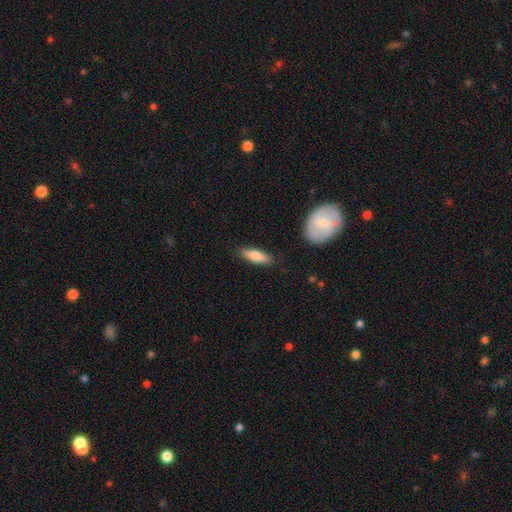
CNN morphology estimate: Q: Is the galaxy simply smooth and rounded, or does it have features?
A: smooth — 79%.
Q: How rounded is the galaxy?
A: in between — 51%.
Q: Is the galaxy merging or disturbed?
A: none — 86%.